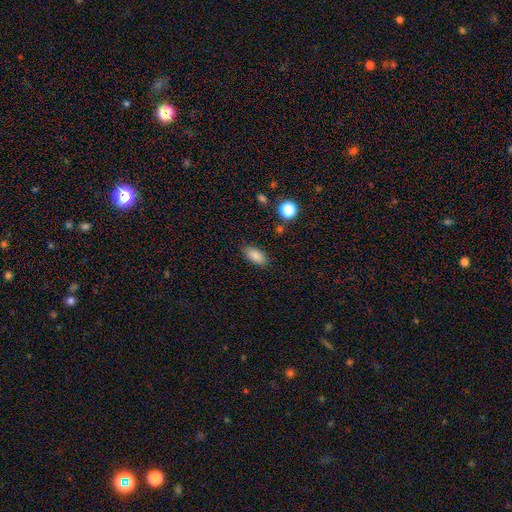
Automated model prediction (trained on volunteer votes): Smooth or featured? Predicted: smooth (p=0.86). How rounded? Predicted: in between (p=0.88). Merging? Predicted: none (p=0.84).